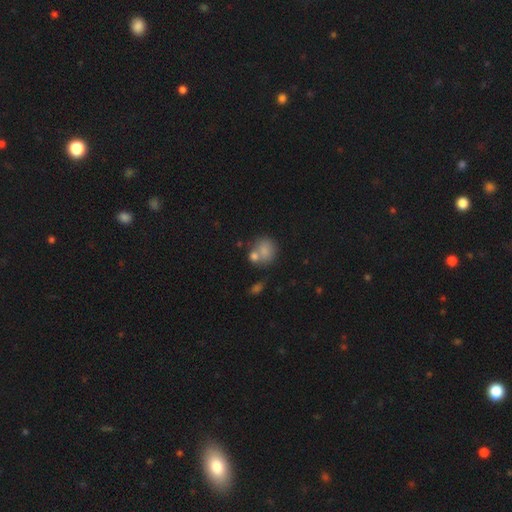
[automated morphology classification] type=smooth (76%); roundness=round (70%); merging=none (46%).